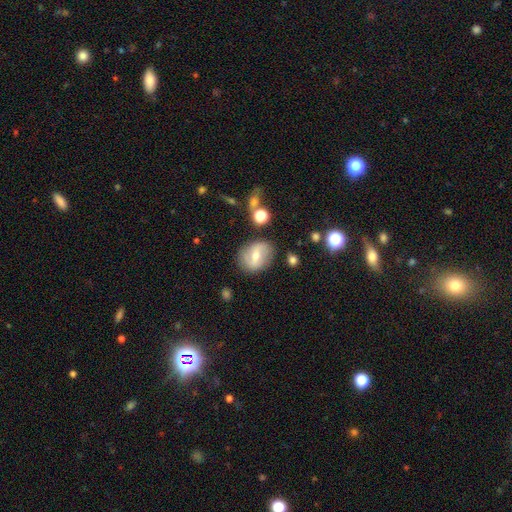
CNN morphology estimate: smooth-or-featured: smooth: 46% (tied) | featured or disk: 46% (tied) | star or artifact: 9%
  merging: none: 77% | minor disturbance: 14% | major disturbance: 5% | merger: 3%